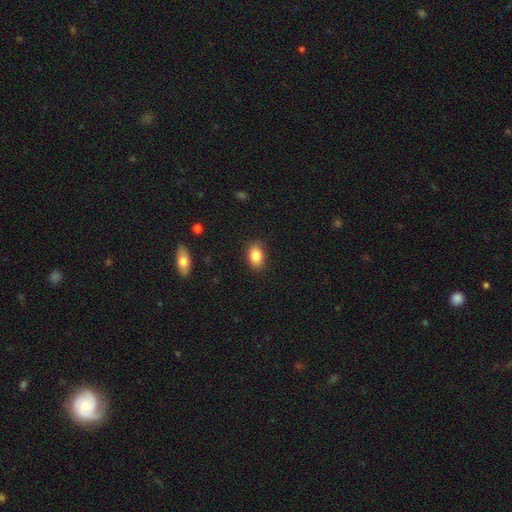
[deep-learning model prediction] Overall: smooth (85%). How rounded: in between (85%). Merging: none (87%).